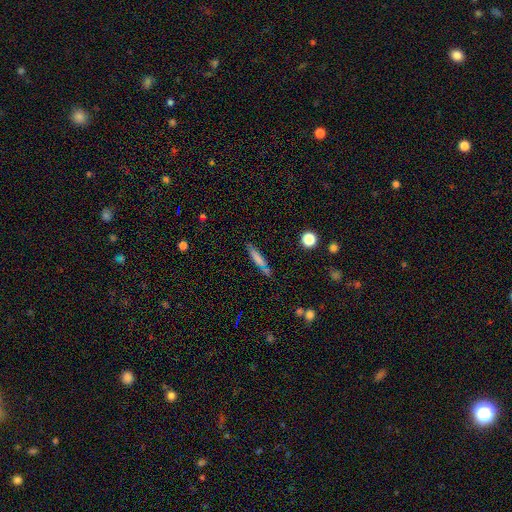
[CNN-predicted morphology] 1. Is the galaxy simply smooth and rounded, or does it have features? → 70% smooth, 19% featured or disk, 10% star or artifact.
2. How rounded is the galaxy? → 87% cigar-shaped, 11% in between, 2% round.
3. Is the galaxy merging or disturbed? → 78% none, 13% minor disturbance, 6% merger, 3% major disturbance.